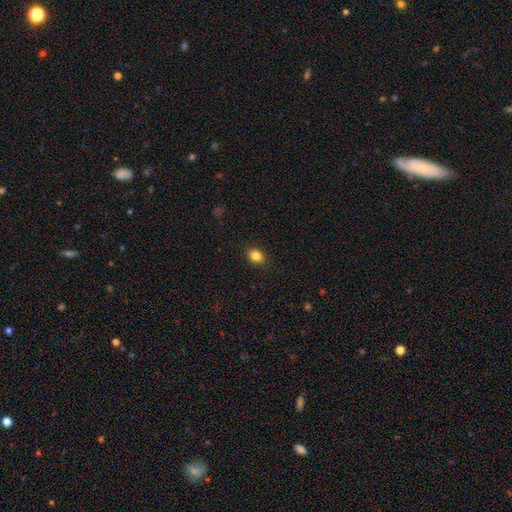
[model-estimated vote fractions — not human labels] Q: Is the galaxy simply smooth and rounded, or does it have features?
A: smooth — 84%.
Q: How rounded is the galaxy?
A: in between — 64%.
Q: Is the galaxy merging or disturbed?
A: none — 89%.